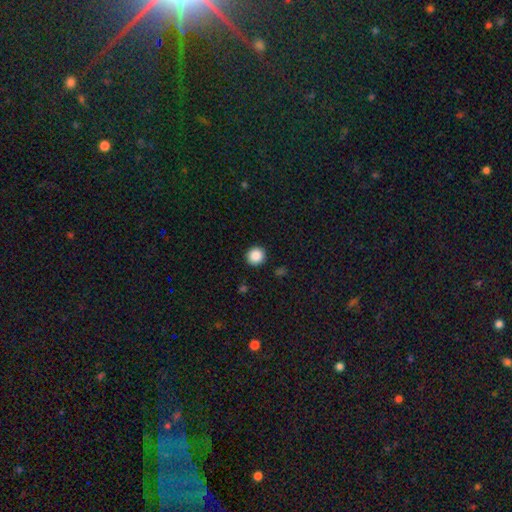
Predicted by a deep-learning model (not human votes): Smooth or featured? smooth (88%)
How rounded? round (94%)
Merging? none (92%)